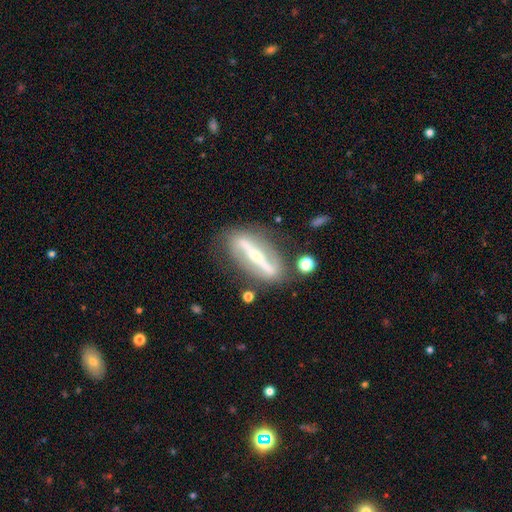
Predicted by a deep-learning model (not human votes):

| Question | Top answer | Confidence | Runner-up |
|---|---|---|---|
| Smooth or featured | featured or disk | 80% | smooth (14%) |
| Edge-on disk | yes | 52% | no (48%) |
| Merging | none | 78% | minor disturbance (13%) |